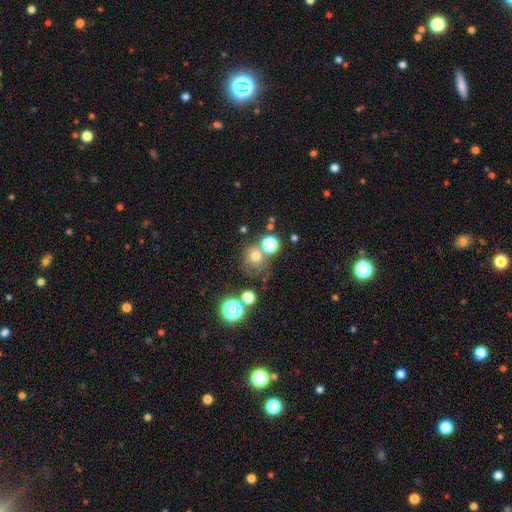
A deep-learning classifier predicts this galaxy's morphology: The model was most divided on "merging": none: 61%, merger: 19%, minor disturbance: 13%, major disturbance: 7%. More confident: how rounded — round (85%); smooth or featured — smooth (68%).